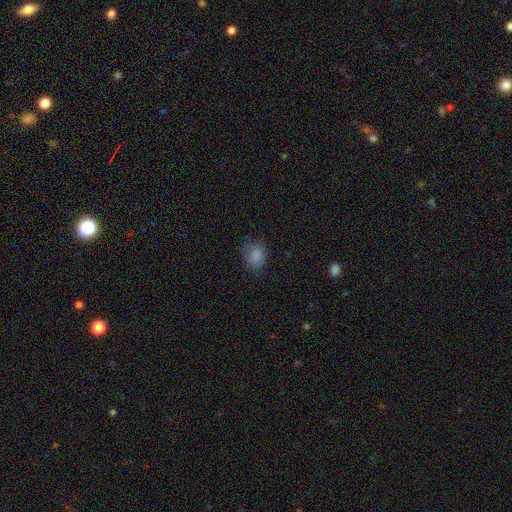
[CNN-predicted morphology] A smooth galaxy with no disk features (84%) that is round (59%). Merging: none (70%).